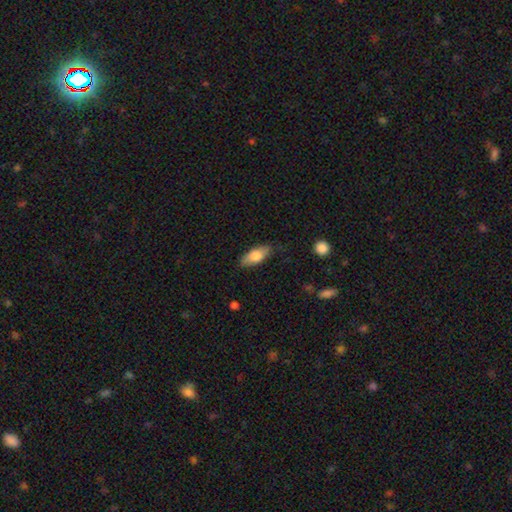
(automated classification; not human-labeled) A smooth galaxy with no disk features (72%) that is in between round and cigar-shaped (80%). Merging: none (83%).